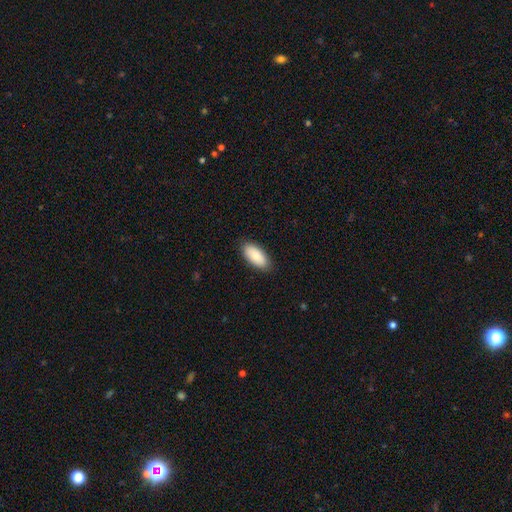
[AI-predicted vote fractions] Overall: smooth (86%). How rounded: in between (92%). Merging: none (88%).